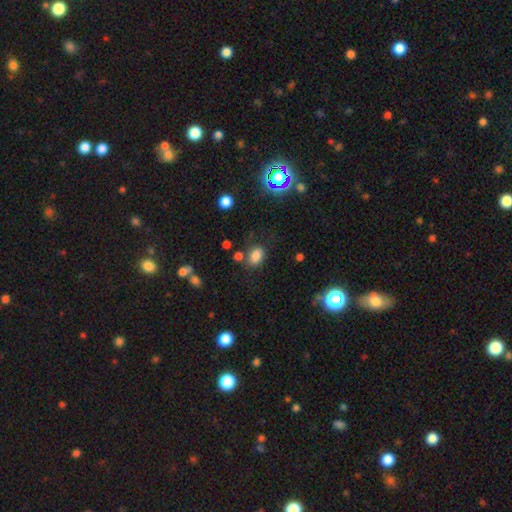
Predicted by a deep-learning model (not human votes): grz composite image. It shows a smooth galaxy with no disk features (81%) that is in between round and cigar-shaped (78%). Merging: none (68%).